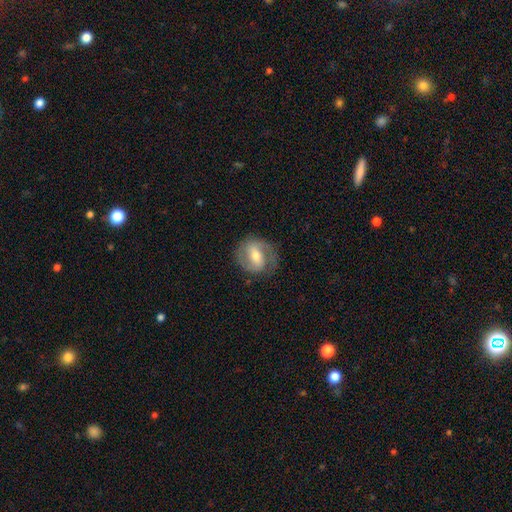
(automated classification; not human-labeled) Overall: featured or disk (70%). Edge-on disk: no (96%). Bar: weak (41%; strong 38%). Spiral arms: yes (85%). Spiral arm count: 2 (80%). Spiral winding: medium (48%; tight 33%). Bulge size: moderate (60%; small 31%). Merging: none (75%).